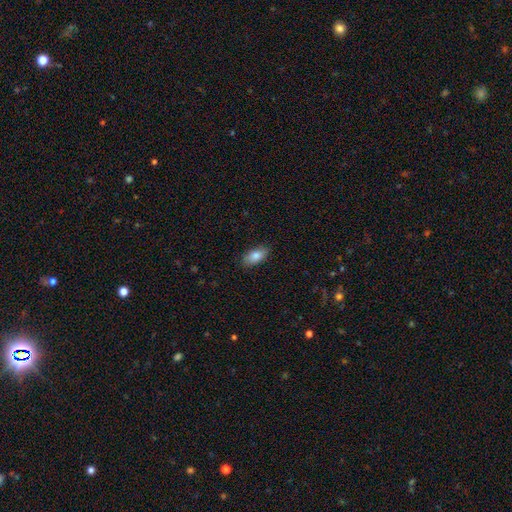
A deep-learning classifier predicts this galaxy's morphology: This appears to be a smooth galaxy with no disk features (84%) that is in between round and cigar-shaped (89%). Merging: none (86%).